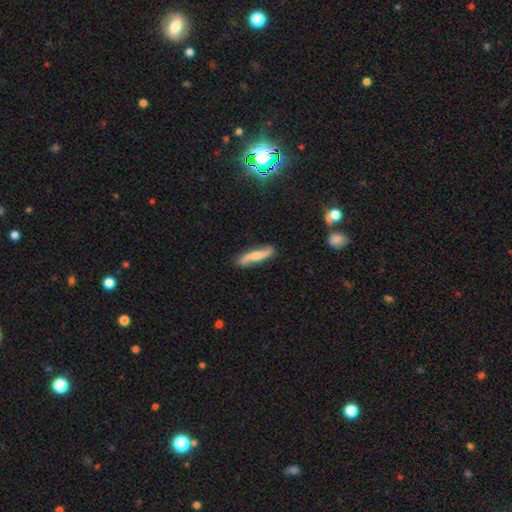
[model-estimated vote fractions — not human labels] Overall: featured or disk (59%; smooth 35%). Edge-on disk: no (62%; yes 38%). Merging: none (81%).